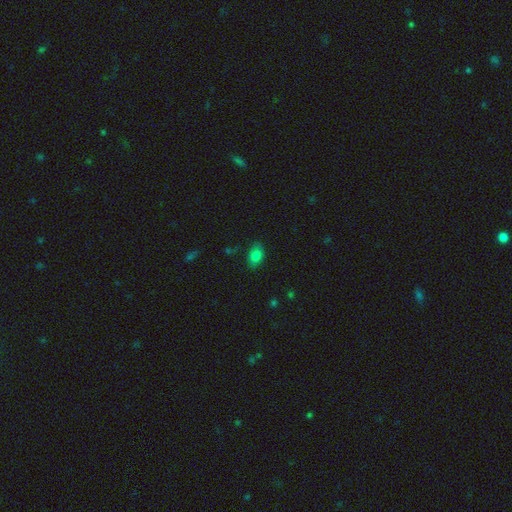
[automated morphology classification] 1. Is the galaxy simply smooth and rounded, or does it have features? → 81% smooth, 11% star or artifact, 8% featured or disk.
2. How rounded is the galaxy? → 84% in between, 14% round, 2% cigar-shaped.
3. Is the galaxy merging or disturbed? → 83% none, 13% minor disturbance, 3% major disturbance, 1% merger.